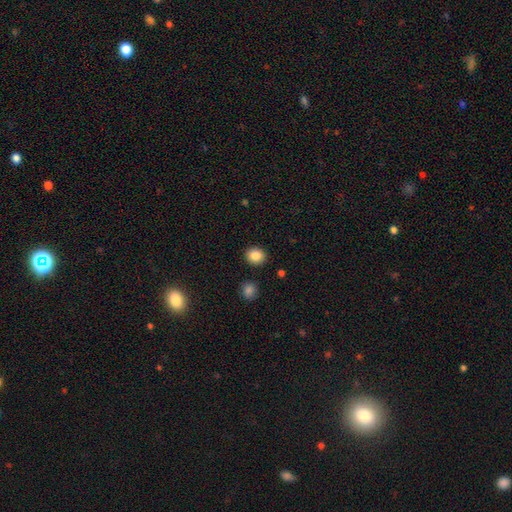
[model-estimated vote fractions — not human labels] The model was most divided on "how rounded": round: 75%, in between: 24%, cigar-shaped: 1%. More confident: merging — none (90%); smooth or featured — smooth (86%).